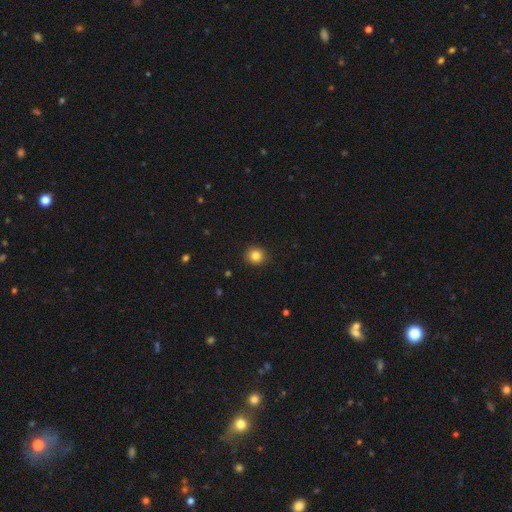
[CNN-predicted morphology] A smooth galaxy with no disk features (83%) that is round (91%). Merging: none (91%).